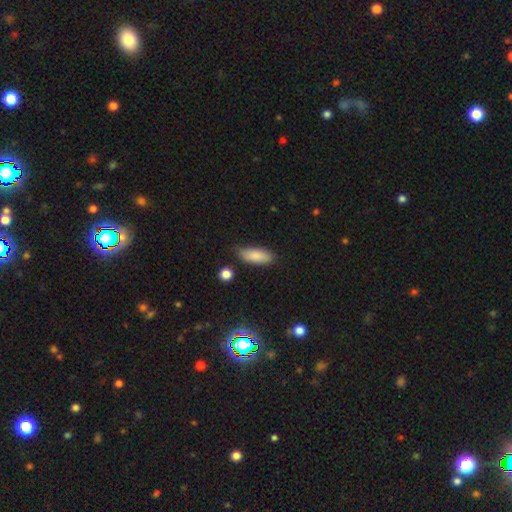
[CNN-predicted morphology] type=smooth (85%); roundness=in between (74%); merging=none (77%).